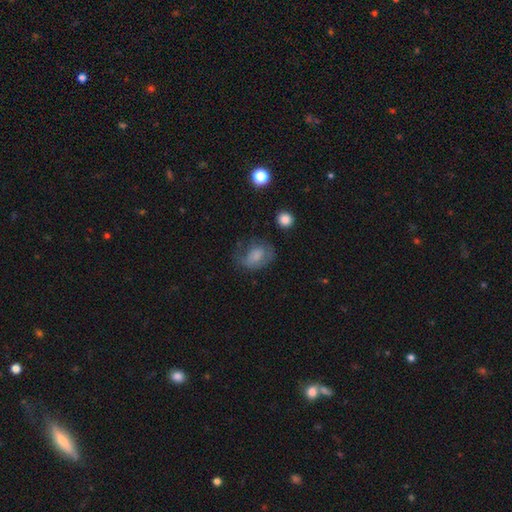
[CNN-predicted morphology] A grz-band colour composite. It shows a smooth galaxy with no disk features (58%) that is in between round and cigar-shaped (69%). Merging: none (41%).